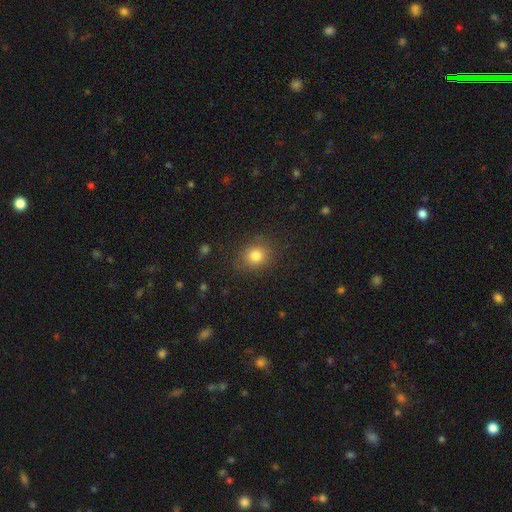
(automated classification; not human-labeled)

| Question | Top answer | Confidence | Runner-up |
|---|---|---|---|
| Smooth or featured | smooth | 82% | star or artifact (12%) |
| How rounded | round | 74% | in between (25%) |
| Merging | none | 84% | minor disturbance (11%) |